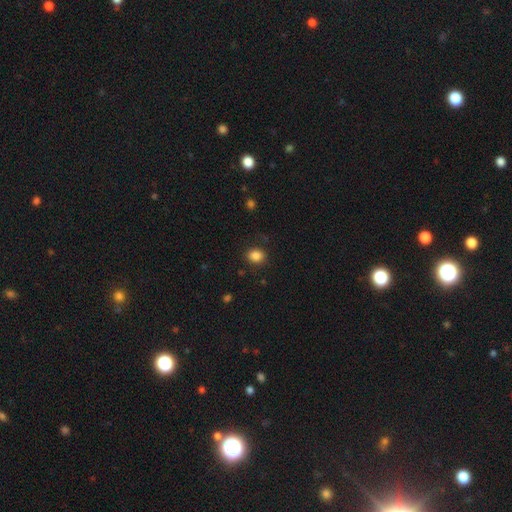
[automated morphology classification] Overall: smooth (85%). How rounded: round (59%; in between 40%). Merging: none (86%).